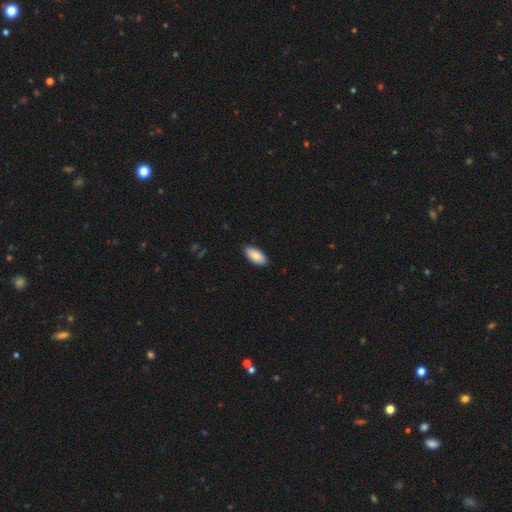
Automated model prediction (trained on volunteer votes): This appears to be a smooth galaxy with no disk features (87%) that is in between round and cigar-shaped (91%). Merging: none (88%).